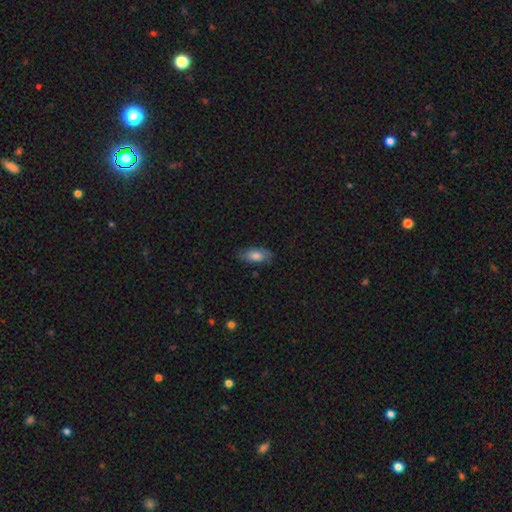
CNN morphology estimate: smooth-or-featured: smooth: 75% | featured or disk: 18% | star or artifact: 7%
  how-rounded: in between: 85% | cigar-shaped: 12% | round: 3%
  merging: none: 74% | minor disturbance: 20% | major disturbance: 5% | merger: 1%